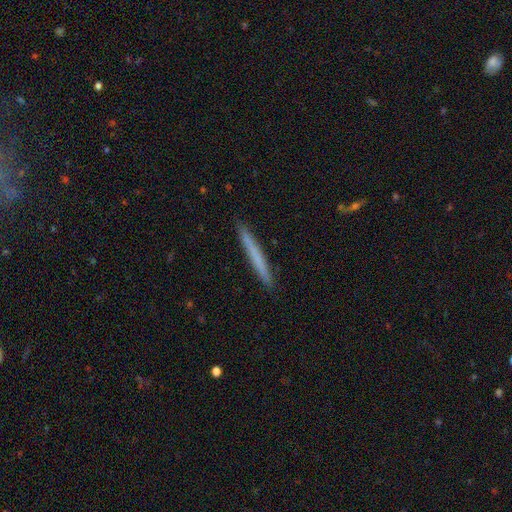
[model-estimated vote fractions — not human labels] Smooth or featured? Predicted: smooth (p=0.63). How rounded? Predicted: cigar-shaped (p=0.97). Merging? Predicted: none (p=0.92).